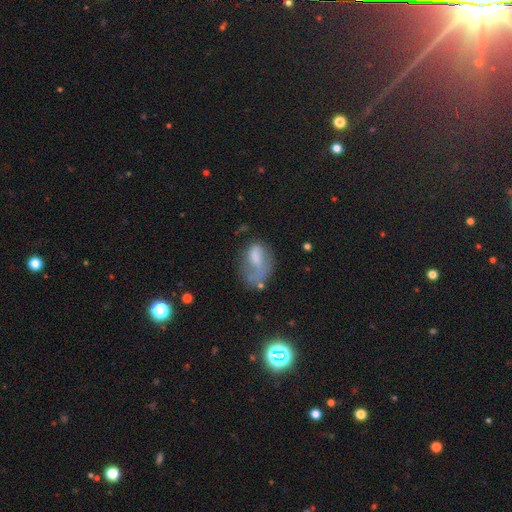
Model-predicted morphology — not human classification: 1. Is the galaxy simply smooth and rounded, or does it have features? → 52% smooth, 33% featured or disk, 15% star or artifact.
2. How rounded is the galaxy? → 84% in between, 13% round, 3% cigar-shaped.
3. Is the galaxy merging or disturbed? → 35% major disturbance, 32% none, 26% minor disturbance, 7% merger.